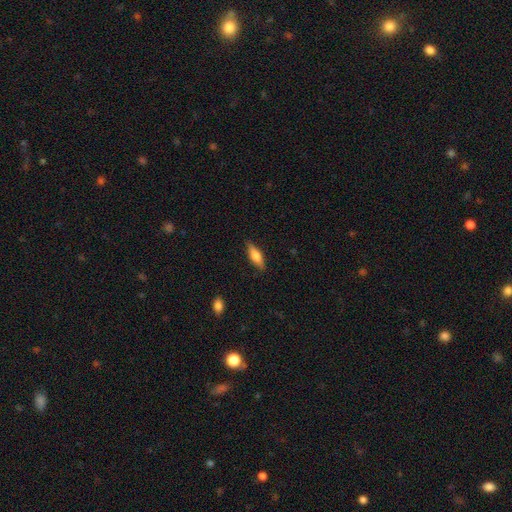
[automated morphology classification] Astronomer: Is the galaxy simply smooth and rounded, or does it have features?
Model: smooth — 59%.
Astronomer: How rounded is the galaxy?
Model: in between — 51% (runner-up: cigar-shaped, 47%).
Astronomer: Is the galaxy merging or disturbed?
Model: none — 86%.